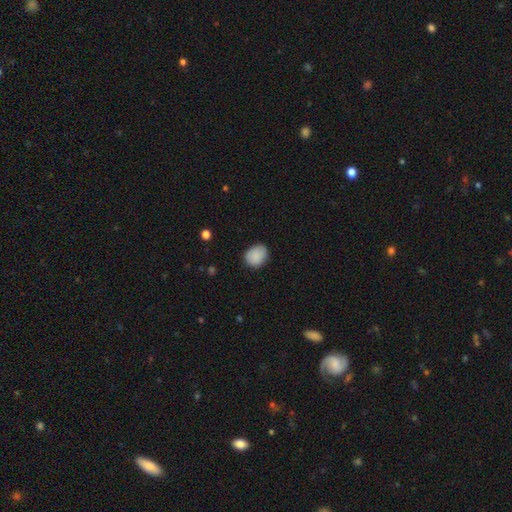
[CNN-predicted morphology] smooth_or_featured: smooth (p=0.88) [alt: star or artifact p=0.07]
how_rounded: round (p=0.56) [alt: in between p=0.43]
merging: none (p=0.80) [alt: minor disturbance p=0.16]